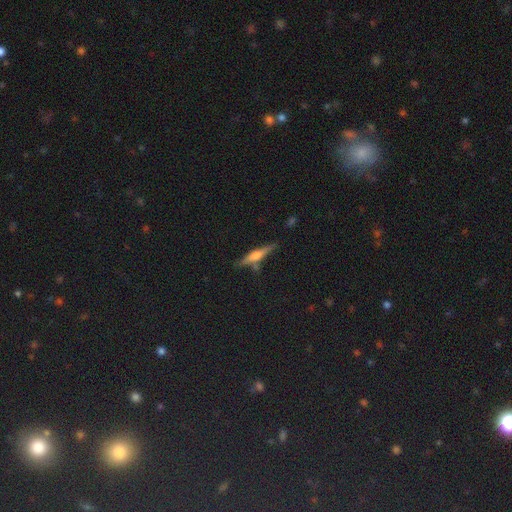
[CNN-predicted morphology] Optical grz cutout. It shows a featured or disk galaxy (59%) viewed edge-on (96%) with a rounded central bulge (78%). Merging: none (80%).